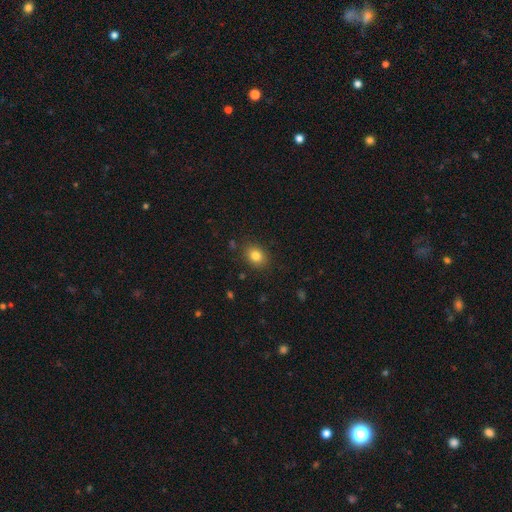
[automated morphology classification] Smooth or featured? Predicted: smooth (p=0.83). How rounded? Predicted: in between (p=0.53). Merging? Predicted: none (p=0.86).